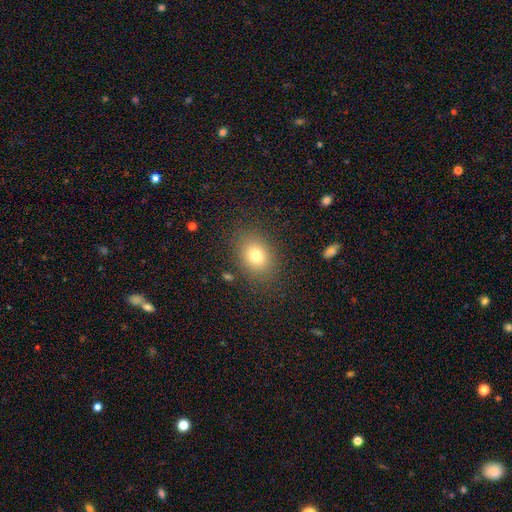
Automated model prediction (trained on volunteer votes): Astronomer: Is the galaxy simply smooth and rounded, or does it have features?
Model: smooth — 78%.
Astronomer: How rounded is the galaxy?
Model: in between — 64%.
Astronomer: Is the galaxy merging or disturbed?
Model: none — 84%.